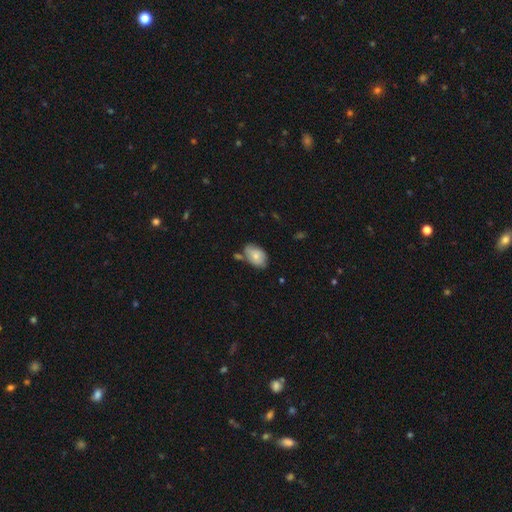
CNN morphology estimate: smooth 69%, featured or disk 24%, star or artifact 7%. Down the decision tree: how rounded — in between (85%); merging — none (52%).